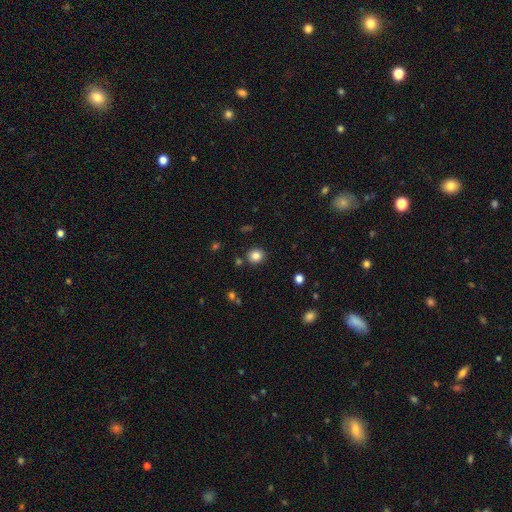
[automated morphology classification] This is clearly a smooth galaxy (84%). How rounded: clearly round (84%). Merging: clearly none (86%).